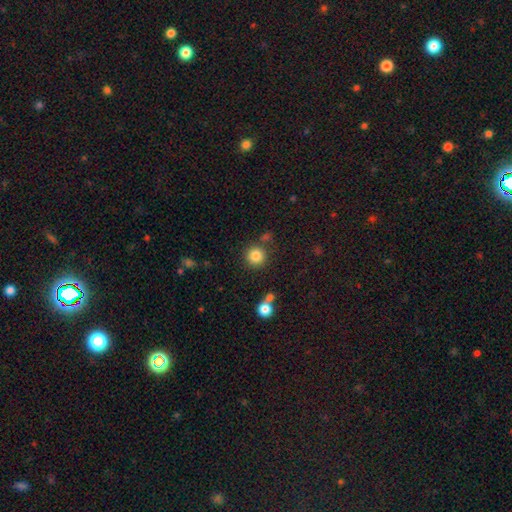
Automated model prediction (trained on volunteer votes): Morphology: type=smooth (84%); roundness=round (94%); merging=none (83%).